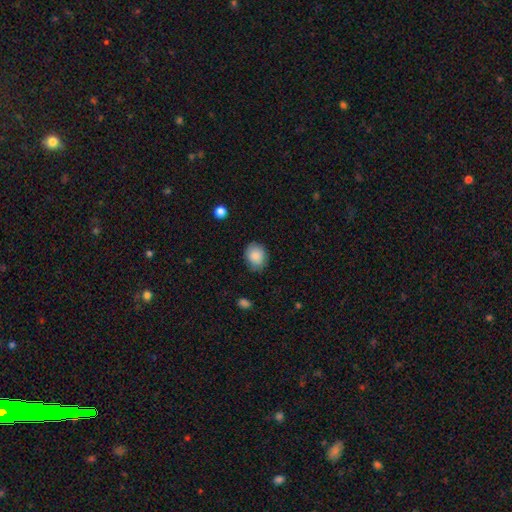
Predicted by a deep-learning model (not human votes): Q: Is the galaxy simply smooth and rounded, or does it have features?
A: smooth — 86%.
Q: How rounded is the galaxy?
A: round — 55%.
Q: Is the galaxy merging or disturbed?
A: none — 77%.